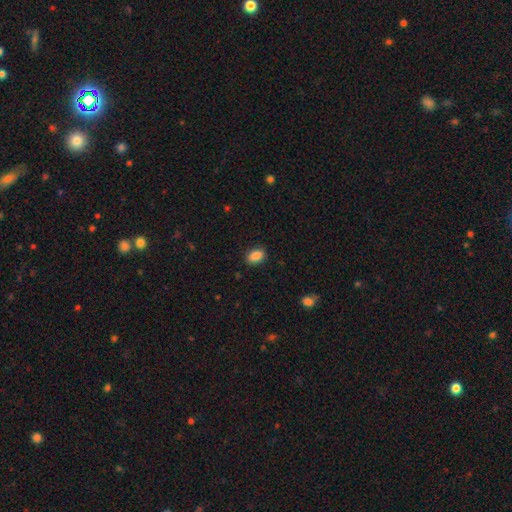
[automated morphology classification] Q: Smooth or featured?
A: smooth (88%); runner-up: star or artifact (8%)
Q: How rounded?
A: in between (85%); runner-up: round (13%)
Q: Merging?
A: none (88%); runner-up: minor disturbance (9%)